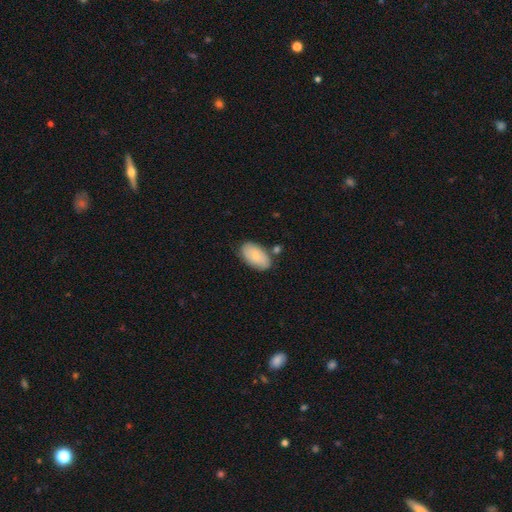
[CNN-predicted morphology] This is likely a smooth galaxy (79%). How rounded: clearly in between (95%). Merging: likely none (75%).